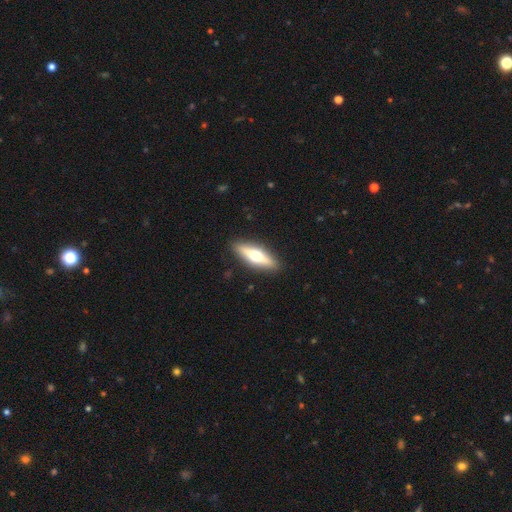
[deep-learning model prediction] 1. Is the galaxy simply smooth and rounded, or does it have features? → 51% featured or disk, 44% smooth, 5% star or artifact.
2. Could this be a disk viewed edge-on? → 90% yes, 10% no.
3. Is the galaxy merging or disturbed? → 90% none, 7% minor disturbance, 2% major disturbance, 1% merger.